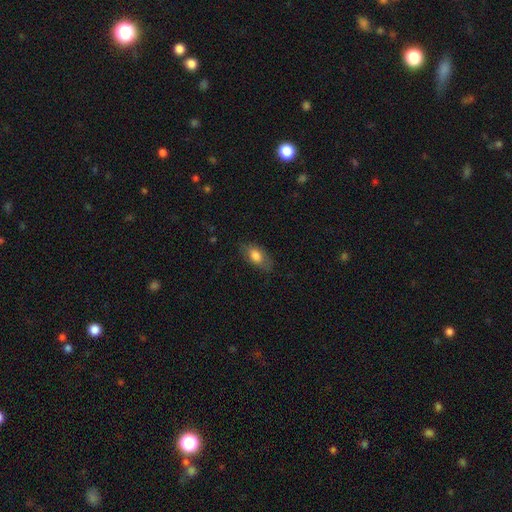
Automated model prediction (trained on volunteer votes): Smooth or featured?
  - smooth: 76% *
  - featured or disk: 17%
  - star or artifact: 7%
How rounded?
  - in between: 88% *
  - cigar-shaped: 6%
  - round: 6%
Merging?
  - none: 75% *
  - minor disturbance: 19%
  - major disturbance: 5%
  - merger: 1%